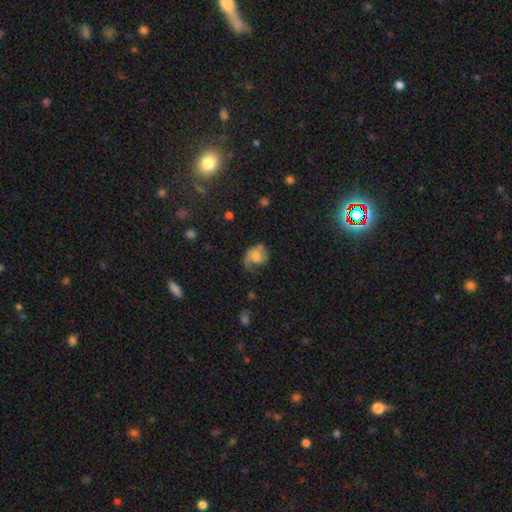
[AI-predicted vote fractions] The model was most divided on "merging": none: 39%, major disturbance: 31%, minor disturbance: 28%, merger: 2%. Remaining: edge-on disk — no (97%); spiral arms — yes (86%); bar — no (72%); smooth or featured — featured or disk (53%); bulge size — moderate (39%).